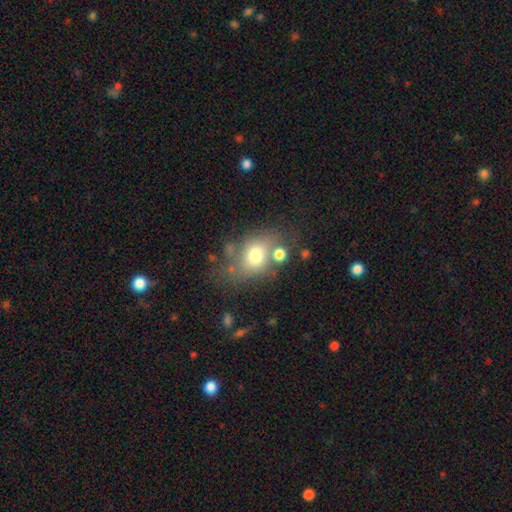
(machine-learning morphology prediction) Q: Smooth or featured?
A: smooth (68%); runner-up: featured or disk (20%)
Q: How rounded?
A: in between (58%); runner-up: round (40%)
Q: Merging?
A: none (52%); runner-up: merger (18%)